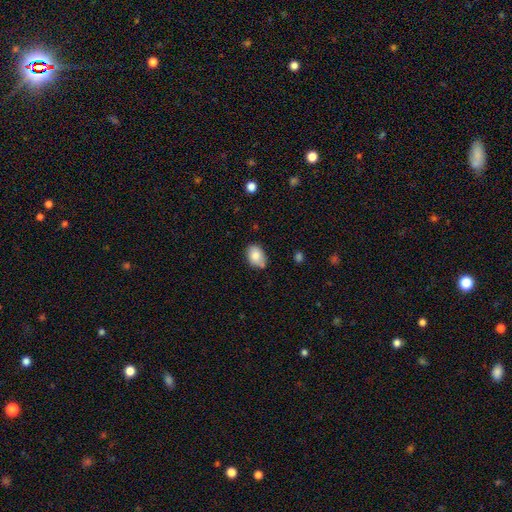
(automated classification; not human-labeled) A smooth galaxy with no disk features (82%) that is in between round and cigar-shaped (83%). Merging: none (67%).